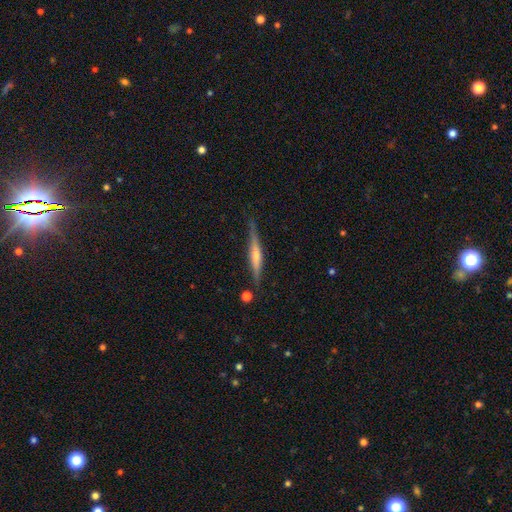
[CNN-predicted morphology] A featured or disk galaxy (63%) viewed edge-on (97%) with a rounded central bulge (55%). Merging: none (82%).